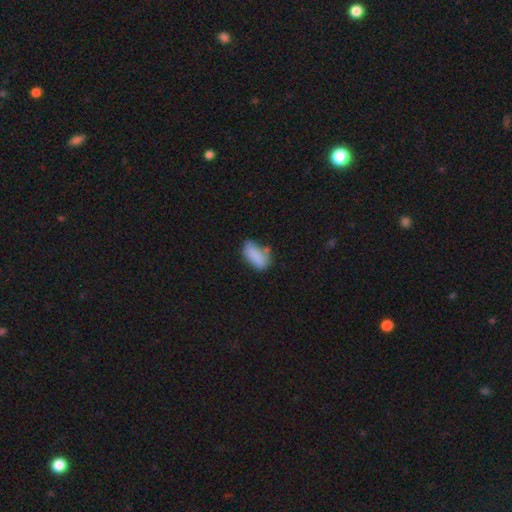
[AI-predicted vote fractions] smooth 81%, featured or disk 11%, star or artifact 8%. Down the decision tree: how rounded — in between (89%); merging — none (49%).